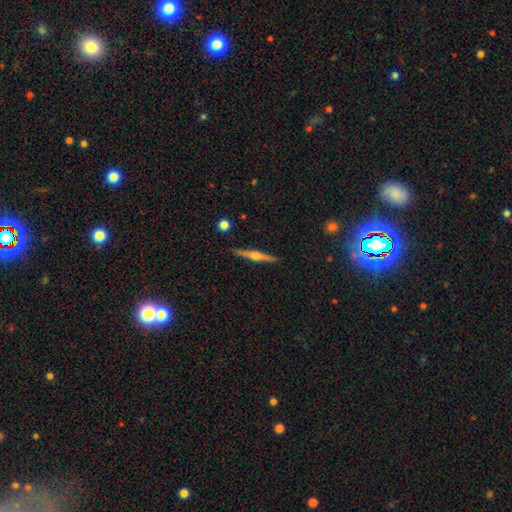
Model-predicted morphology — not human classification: Overall: featured or disk (74%). Edge-on disk: yes (98%). Edge-on bulge: rounded (89%). Merging: none (91%).